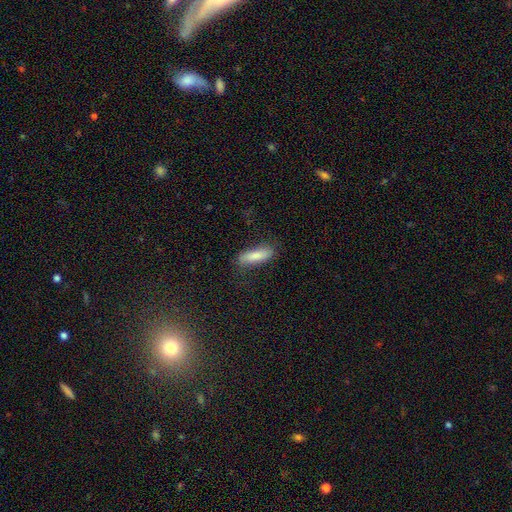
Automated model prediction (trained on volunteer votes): This is clearly a smooth galaxy (81%). How rounded: possibly cigar-shaped (50%). Merging: likely none (77%).